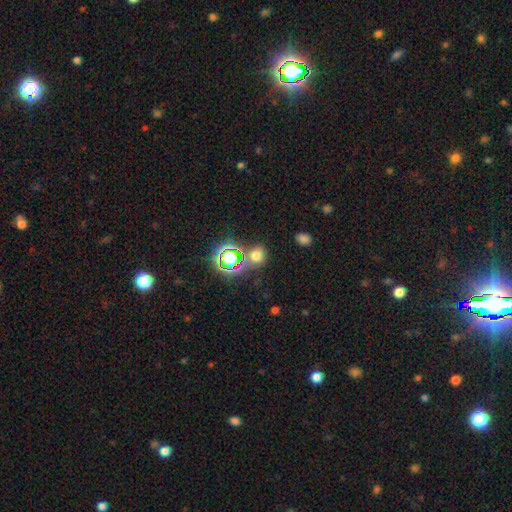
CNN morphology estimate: A smooth galaxy with no disk features (57%) that is round (70%).

Vote fractions:
- Smooth or featured? smooth: 57% / star or artifact: 35% / featured or disk: 7%
- How rounded? round: 70% / in between: 29% / cigar-shaped: 1%
- Merging? none: 73% / minor disturbance: 11% / merger: 10% / major disturbance: 5%